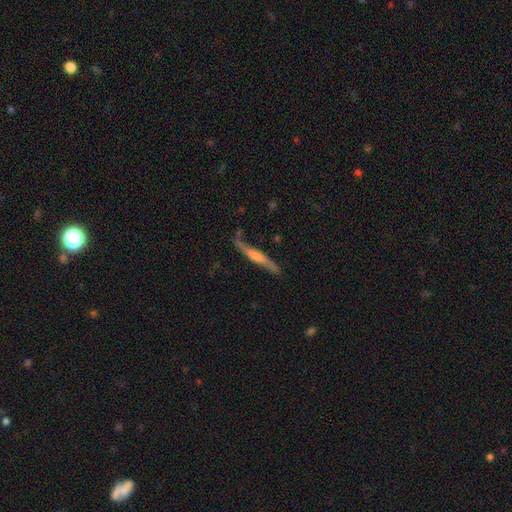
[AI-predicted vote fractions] This is likely a featured or disk galaxy (72%). It is likely viewed edge-on (78%). Edge-on bulge: likely rounded (65%). Merging: likely none (70%).